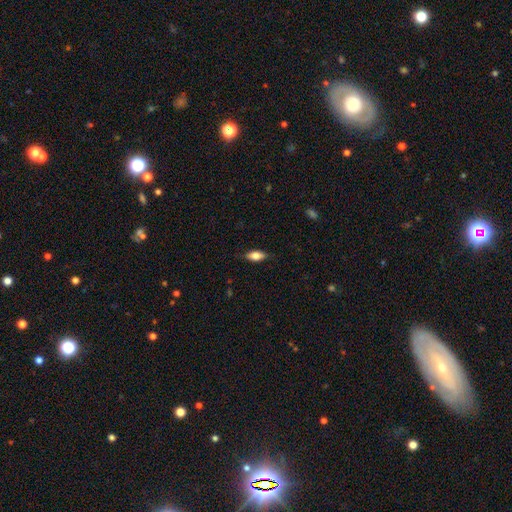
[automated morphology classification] This appears to be a smooth galaxy with no disk features (71%) that is in between round and cigar-shaped (83%). Merging: none (82%).